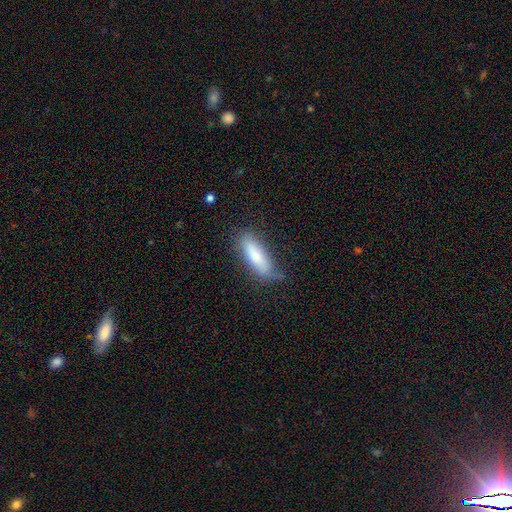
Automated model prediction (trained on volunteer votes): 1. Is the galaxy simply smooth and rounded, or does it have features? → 77% smooth, 16% featured or disk, 7% star or artifact.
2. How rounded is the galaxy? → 52% cigar-shaped, 47% in between, 2% round.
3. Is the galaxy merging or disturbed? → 66% none, 25% minor disturbance, 7% major disturbance, 2% merger.